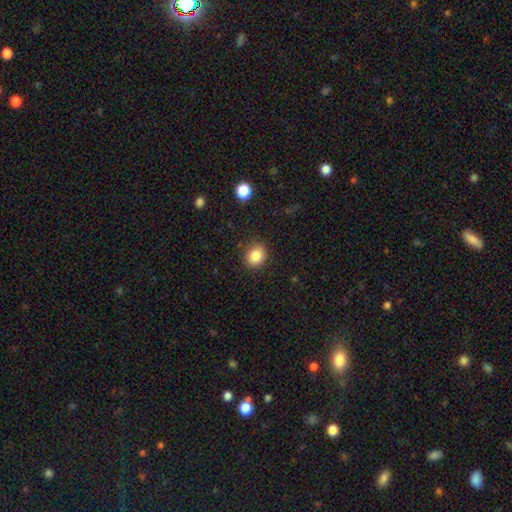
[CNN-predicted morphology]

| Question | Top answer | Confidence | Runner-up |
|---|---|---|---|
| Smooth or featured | smooth | 85% | star or artifact (10%) |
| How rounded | round | 65% | in between (34%) |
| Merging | none | 87% | minor disturbance (9%) |